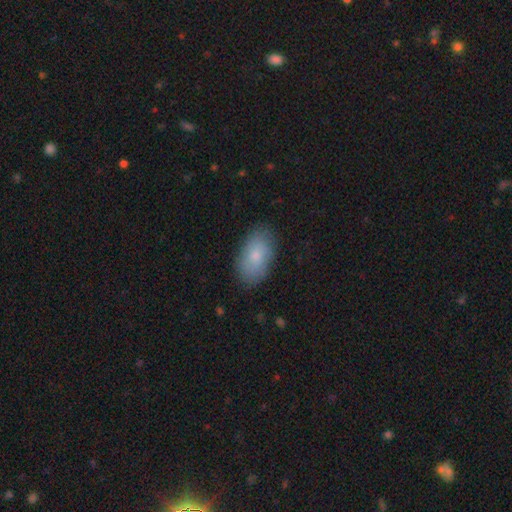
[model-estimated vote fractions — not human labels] smooth_or_featured: smooth (p=0.76) [alt: featured or disk p=0.18]
how_rounded: in between (p=0.93) [alt: round p=0.05]
merging: none (p=0.82) [alt: minor disturbance p=0.14]